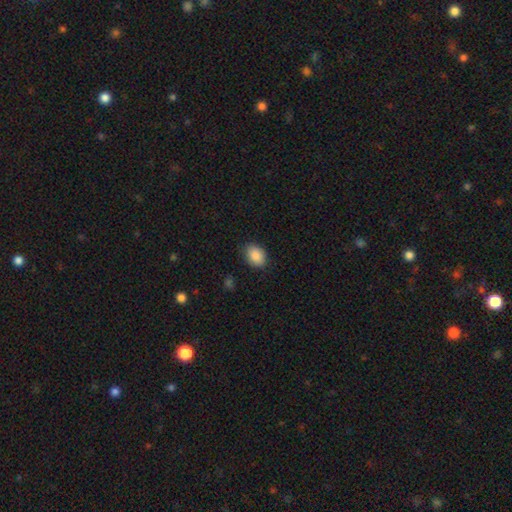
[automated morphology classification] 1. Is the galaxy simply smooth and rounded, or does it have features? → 89% smooth, 7% star or artifact, 4% featured or disk.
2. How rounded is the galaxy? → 76% in between, 23% round, 1% cigar-shaped.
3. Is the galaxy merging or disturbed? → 85% none, 11% minor disturbance, 3% major disturbance, 1% merger.